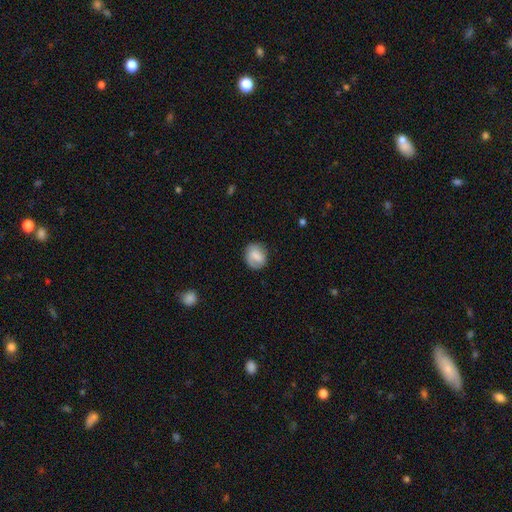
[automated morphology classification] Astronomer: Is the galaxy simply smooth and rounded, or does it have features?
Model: smooth — 71%.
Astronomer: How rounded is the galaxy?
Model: round — 65%.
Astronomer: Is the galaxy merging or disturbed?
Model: none — 76%.